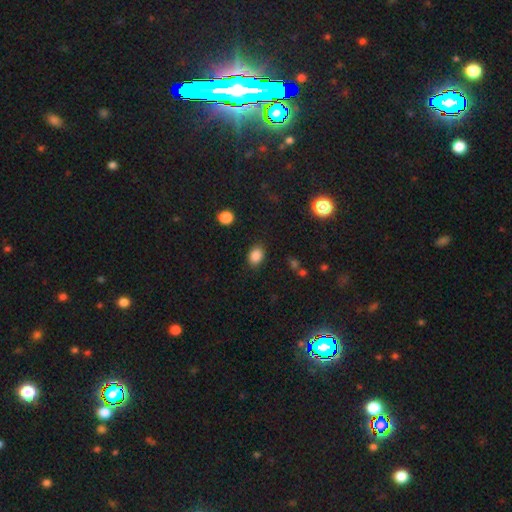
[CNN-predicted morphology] A smooth galaxy with no disk features (86%) that is in between round and cigar-shaped (69%).

Vote fractions:
- Smooth or featured? smooth: 86% / star or artifact: 10% / featured or disk: 4%
- How rounded? in between: 69% / round: 30% / cigar-shaped: 1%
- Merging? none: 85% / minor disturbance: 11% / major disturbance: 3% / merger: 2%